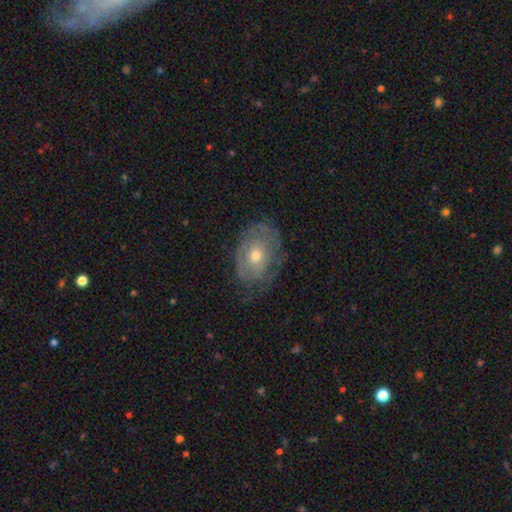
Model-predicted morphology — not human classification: Smooth or featured?
  - featured or disk: 65% *
  - smooth: 27%
  - star or artifact: 8%
Edge-on disk?
  - no: 94% *
  - yes: 6%
Bar?
  - no: 83% *
  - weak: 14%
  - strong: 3%
Spiral arms?
  - yes: 62% *
  - no: 38%
Bulge size?
  - moderate: 62% *
  - small: 34%
  - large: 3%
  - none: 1%
  - dominant: 1%
Merging?
  - none: 67% *
  - minor disturbance: 22%
  - major disturbance: 10%
  - merger: 1%